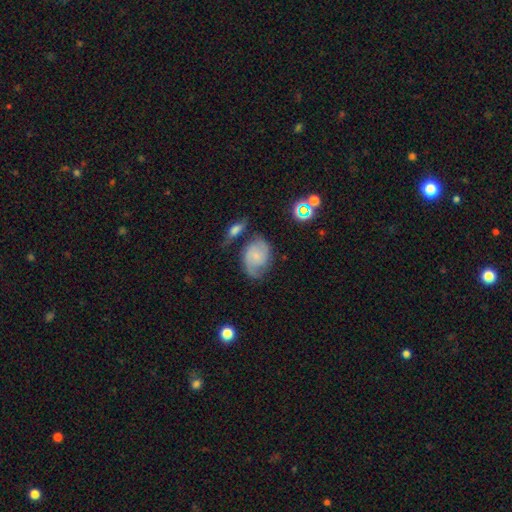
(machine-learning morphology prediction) A featured or disk galaxy (56%) with no bar (72%), spiral arms (88%) and a small central bulge (71%).

Vote fractions:
- Smooth or featured? featured or disk: 56% / smooth: 35% / star or artifact: 9%
- Edge-on disk? no: 96% / yes: 4%
- Bar? no: 72% / weak: 24% / strong: 4%
- Spiral arms? yes: 88% / no: 12%
- Bulge size? small: 71% / moderate: 15% / none: 11% / large: 2% / dominant: 1%
- Merging? none: 52% / minor disturbance: 24% / merger: 13% / major disturbance: 12%